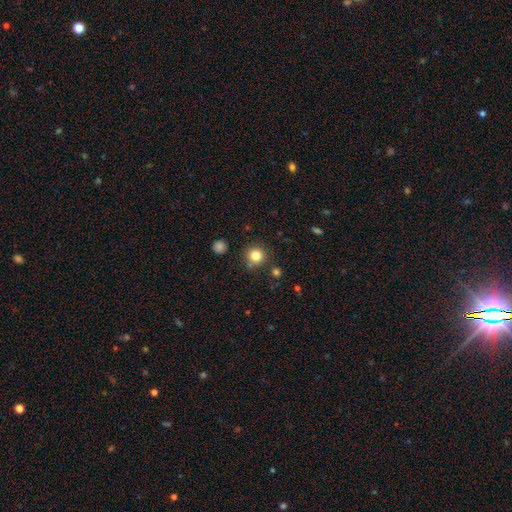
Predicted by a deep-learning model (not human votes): smooth_or_featured: smooth (p=0.81) [alt: star or artifact p=0.13]
how_rounded: round (p=0.93) [alt: in between p=0.06]
merging: none (p=0.83) [alt: minor disturbance p=0.10]